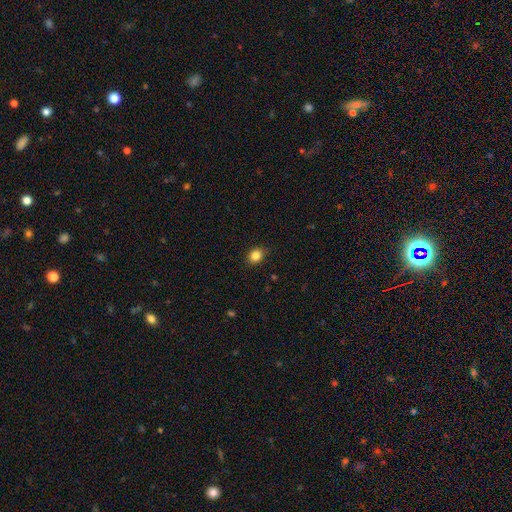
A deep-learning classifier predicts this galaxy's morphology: This appears to be a smooth galaxy with no disk features (84%) that is round (59%). Merging: none (86%).